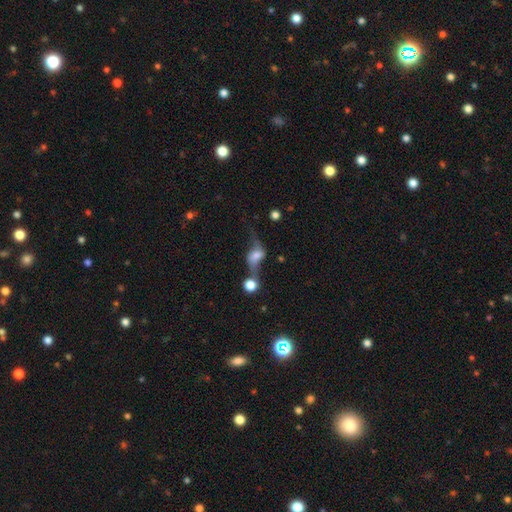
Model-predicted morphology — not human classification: The model was most divided on "merging": none: 32%, major disturbance: 26%, merger: 23%, minor disturbance: 18%. More confident: edge-on disk — no (71%); smooth or featured — featured or disk (52%).